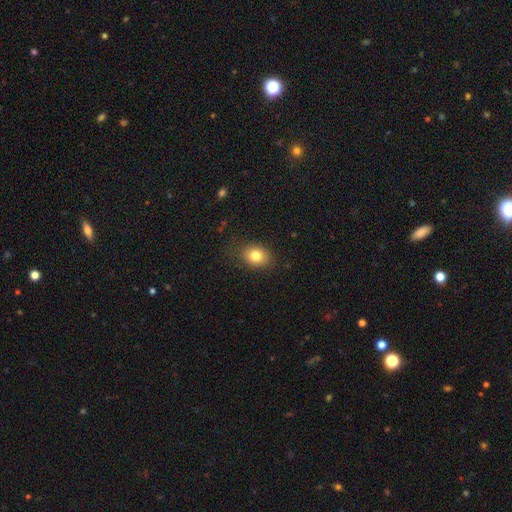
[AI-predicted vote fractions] Overall: smooth (80%). How rounded: in between (57%; round 42%). Merging: none (80%).